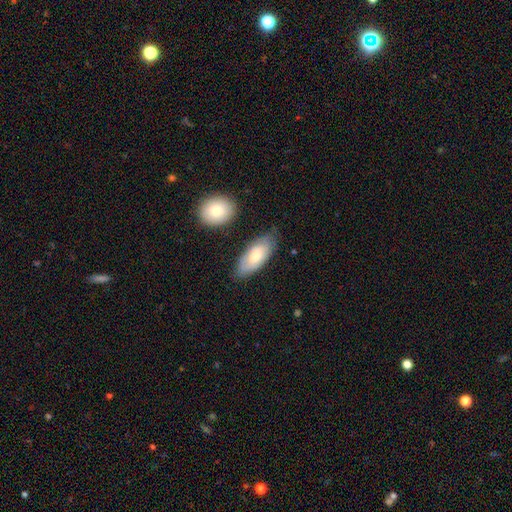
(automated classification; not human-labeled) This appears to be a smooth galaxy with no disk features (71%) that is in between round and cigar-shaped (87%). Merging: none (70%).